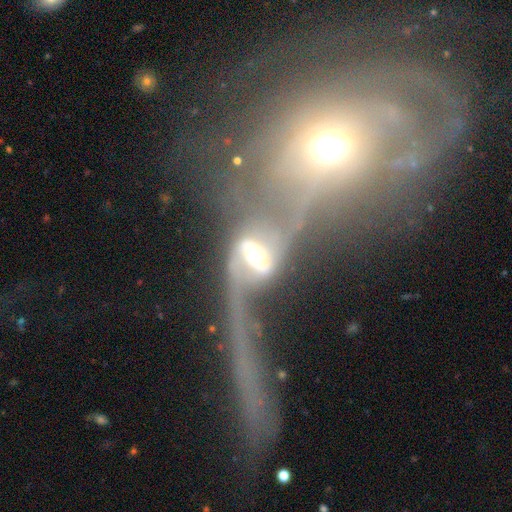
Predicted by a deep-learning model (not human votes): featured or disk 77%, smooth 14%, star or artifact 8%. Down the decision tree: edge-on disk — no (92%); bar — strong (42%); spiral arms — yes (82%); spiral arm count — 2 (81%); spiral winding — loose (63%); bulge size — moderate (55%); merging — merger (47%).